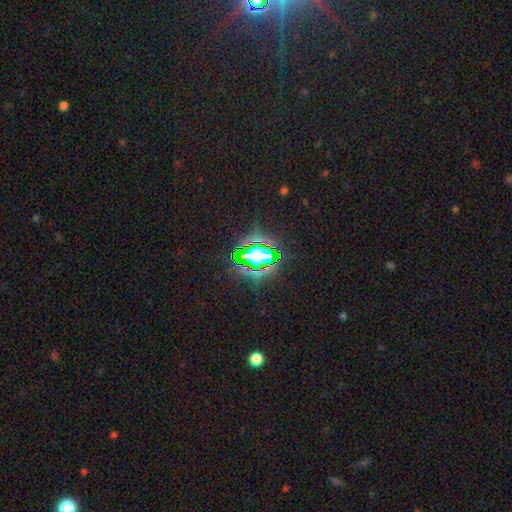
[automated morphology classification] type=star or artifact (72%).